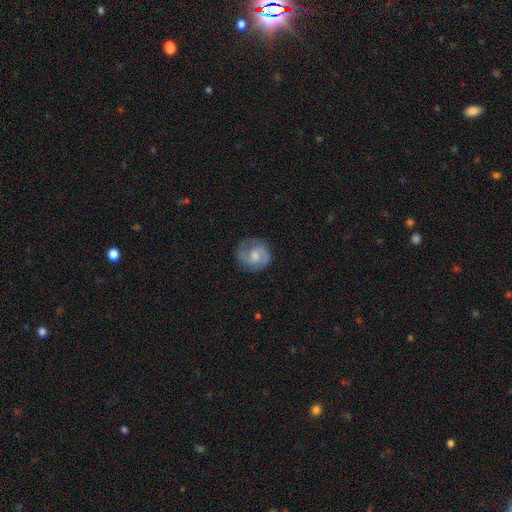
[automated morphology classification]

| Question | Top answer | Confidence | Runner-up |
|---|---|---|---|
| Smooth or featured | featured or disk | 66% | smooth (28%) |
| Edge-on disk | no | 98% | yes (2%) |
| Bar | no | 51% | weak (43%) |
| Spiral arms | yes | 90% | no (10%) |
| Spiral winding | medium | 48% | tight (34%) |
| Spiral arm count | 2 | 78% | can't tell (10%) |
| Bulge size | moderate | 49% | small (33%) |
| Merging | none | 74% | minor disturbance (17%) |